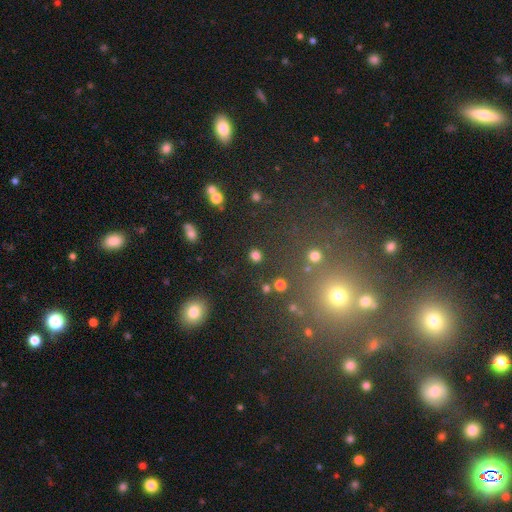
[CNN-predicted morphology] smooth_or_featured: smooth (p=0.80) [alt: star or artifact p=0.15]
how_rounded: round (p=0.85) [alt: in between p=0.14]
merging: none (p=0.88) [alt: minor disturbance p=0.06]